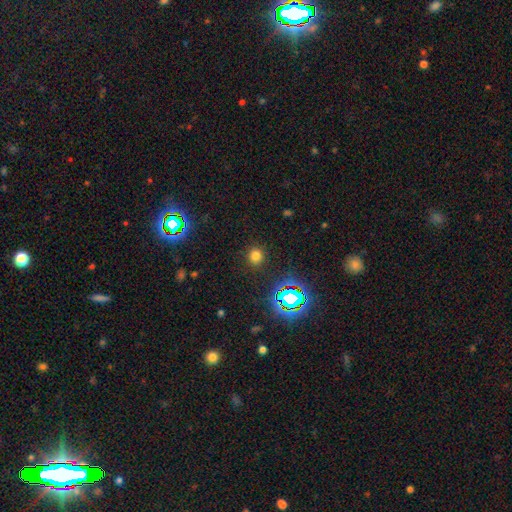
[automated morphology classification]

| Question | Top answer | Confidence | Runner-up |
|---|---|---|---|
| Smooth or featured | smooth | 72% | star or artifact (23%) |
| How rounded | round | 88% | in between (11%) |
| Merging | none | 89% | minor disturbance (6%) |